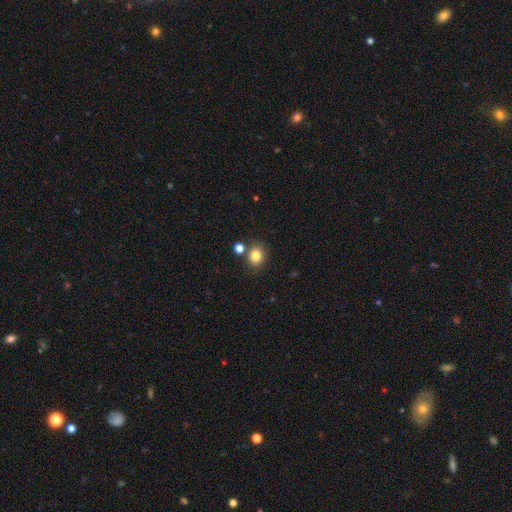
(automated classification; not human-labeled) The model was most divided on "how rounded": round: 71%, in between: 28%, cigar-shaped: 1%. More confident: smooth or featured — smooth (82%); merging — none (75%).